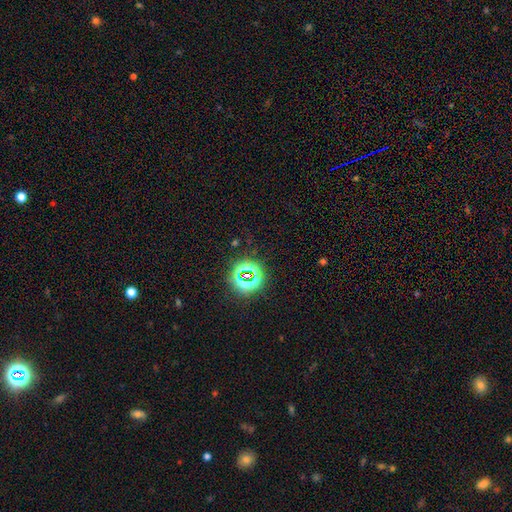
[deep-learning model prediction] A star or artifact, not a galaxy (77%).

Vote fractions:
- Smooth or featured? star or artifact: 77% / smooth: 15% / featured or disk: 8%